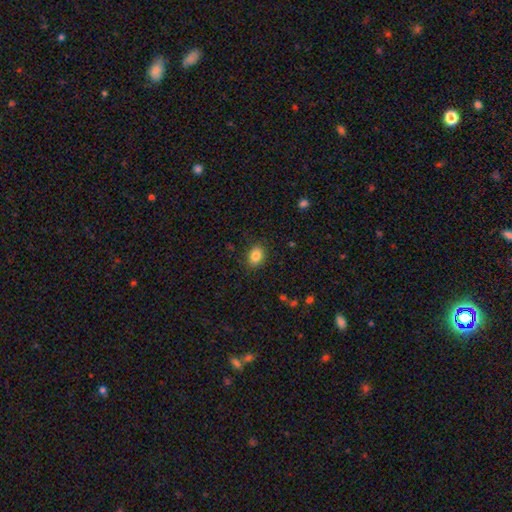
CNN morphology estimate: Q: Smooth or featured?
A: smooth (85%); runner-up: star or artifact (9%)
Q: How rounded?
A: in between (73%); runner-up: round (26%)
Q: Merging?
A: none (86%); runner-up: minor disturbance (10%)